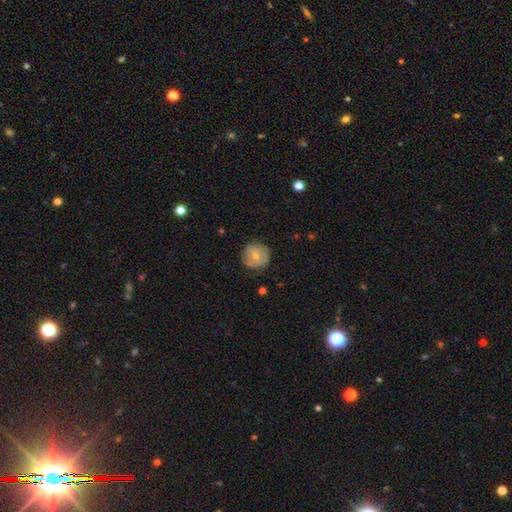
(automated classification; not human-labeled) Smooth or featured: smooth — 58% (featured or disk — 35%)
How rounded: round — 92% (in between — 7%)
Merging: none — 78% (minor disturbance — 17%)